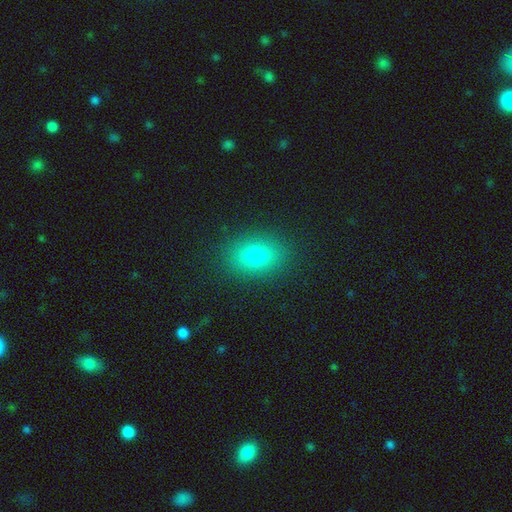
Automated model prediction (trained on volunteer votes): Q: Smooth or featured?
A: smooth (78%); runner-up: star or artifact (13%)
Q: How rounded?
A: in between (70%); runner-up: round (28%)
Q: Merging?
A: none (88%); runner-up: minor disturbance (8%)